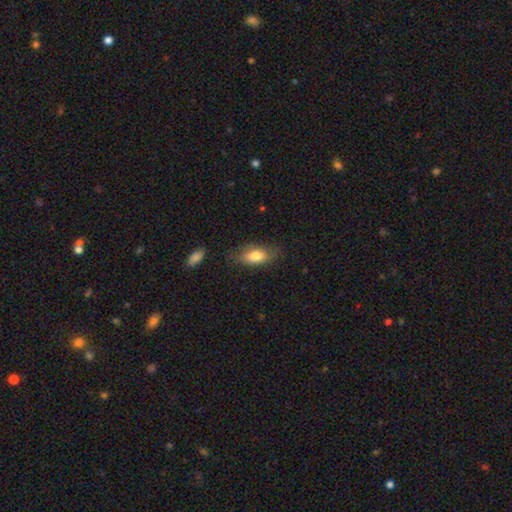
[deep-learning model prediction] Q: Smooth or featured?
A: smooth (79%); runner-up: featured or disk (14%)
Q: How rounded?
A: in between (85%); runner-up: cigar-shaped (10%)
Q: Merging?
A: none (73%); runner-up: minor disturbance (20%)